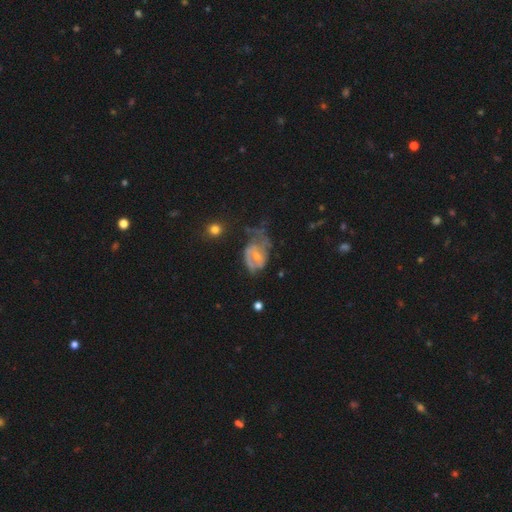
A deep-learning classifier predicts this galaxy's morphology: Smooth or featured? Predicted: featured or disk (p=0.71). Edge-on disk? Predicted: no (p=0.97). Bar? Predicted: no (p=0.48). Spiral arms? Predicted: yes (p=0.76). Spiral winding? Predicted: medium (p=0.41). Spiral arm count? Predicted: 2 (p=0.47). Bulge size? Predicted: small (p=0.54). Merging? Predicted: major disturbance (p=0.38).